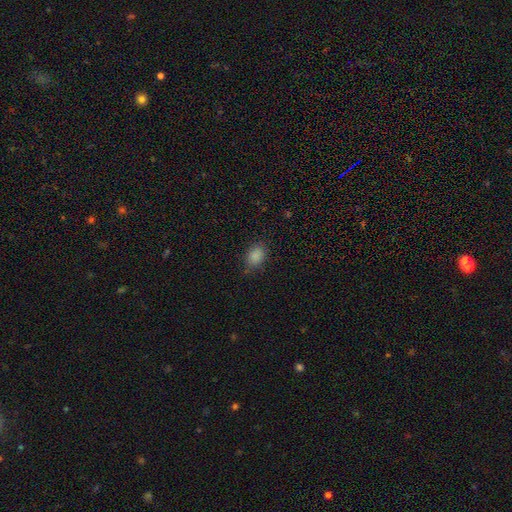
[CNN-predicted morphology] A smooth galaxy with no disk features (86%) that is in between round and cigar-shaped (74%).

Vote fractions:
- Smooth or featured? smooth: 86% / star or artifact: 10% / featured or disk: 4%
- How rounded? in between: 74% / round: 25% / cigar-shaped: 1%
- Merging? none: 80% / minor disturbance: 15% / major disturbance: 4% / merger: 1%